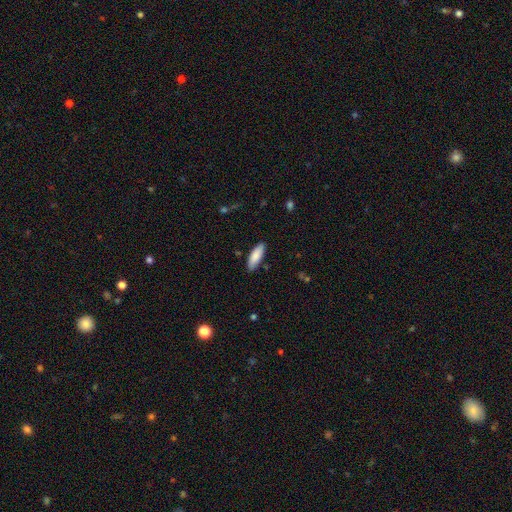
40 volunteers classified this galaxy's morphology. type=smooth (90%); roundness=in between (56%); merging=none (90%).